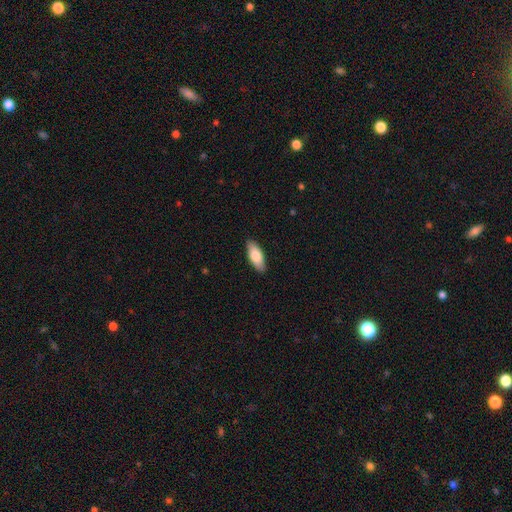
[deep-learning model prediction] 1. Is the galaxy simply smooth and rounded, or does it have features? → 79% smooth, 15% featured or disk, 5% star or artifact.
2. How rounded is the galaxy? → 77% in between, 21% cigar-shaped, 2% round.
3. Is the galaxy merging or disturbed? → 89% none, 9% minor disturbance, 2% major disturbance, 1% merger.